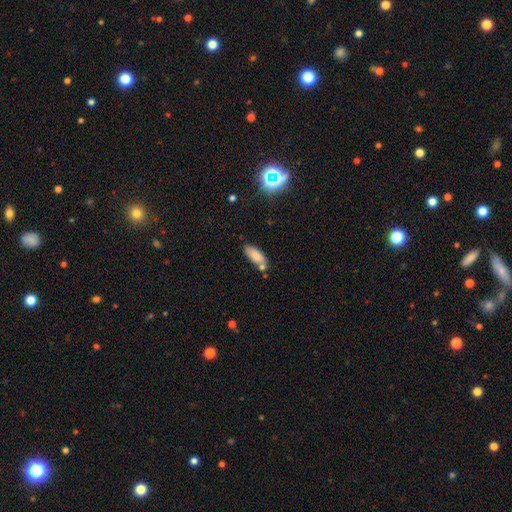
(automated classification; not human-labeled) This is clearly a smooth galaxy (82%). How rounded: likely in between (78%). Merging: likely none (63%).